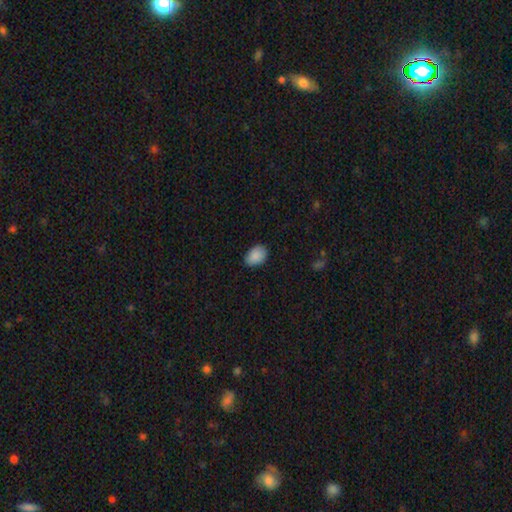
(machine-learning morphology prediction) Smooth or featured? smooth (89%)
How rounded? in between (81%)
Merging? none (83%)